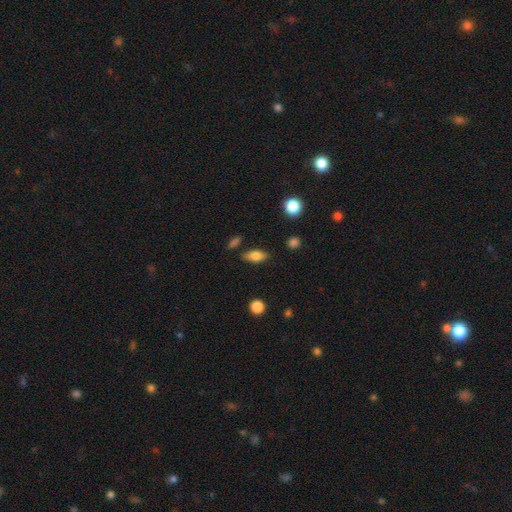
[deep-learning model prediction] Smooth or featured? Predicted: smooth (p=0.75). How rounded? Predicted: in between (p=0.82). Merging? Predicted: none (p=0.79).